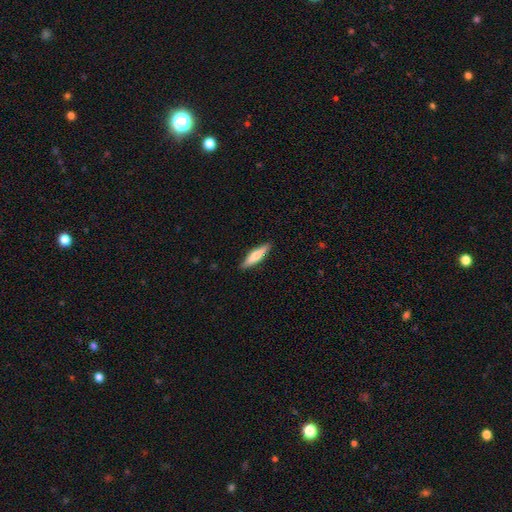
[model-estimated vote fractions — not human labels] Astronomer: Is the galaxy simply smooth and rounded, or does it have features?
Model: smooth — 64%.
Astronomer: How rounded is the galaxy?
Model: cigar-shaped — 76%.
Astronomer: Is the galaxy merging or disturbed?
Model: none — 90%.